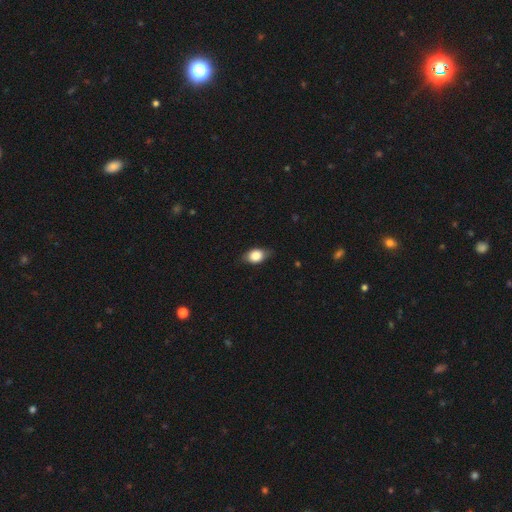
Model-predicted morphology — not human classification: Smooth or featured? Predicted: smooth (p=0.80). How rounded? Predicted: in between (p=0.72). Merging? Predicted: none (p=0.76).